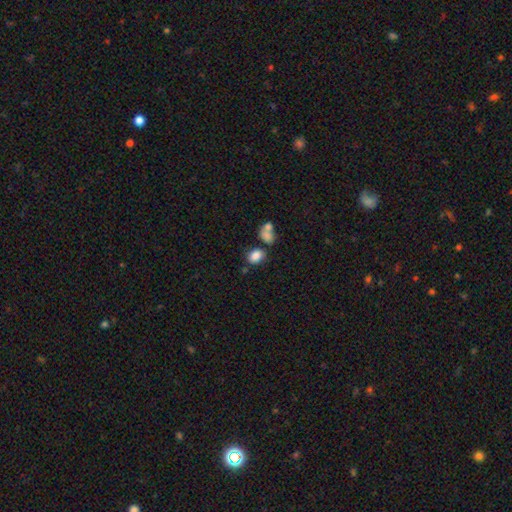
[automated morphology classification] smooth_or_featured: smooth (p=0.83) [alt: star or artifact p=0.10]
how_rounded: in between (p=0.68) [alt: round p=0.31]
merging: none (p=0.57) [alt: merger p=0.23]